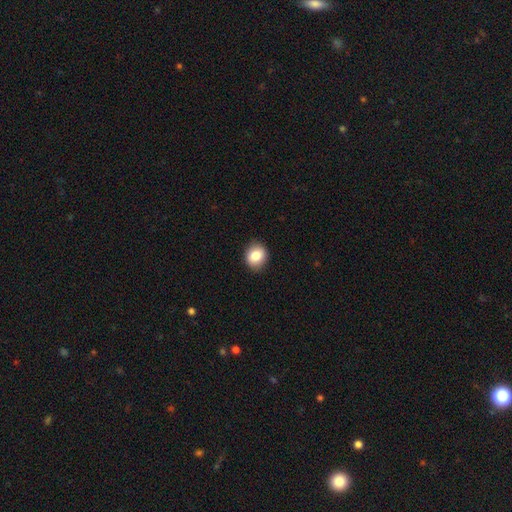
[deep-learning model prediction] This appears to be a smooth galaxy with no disk features (83%) that is round (68%). Merging: none (89%).